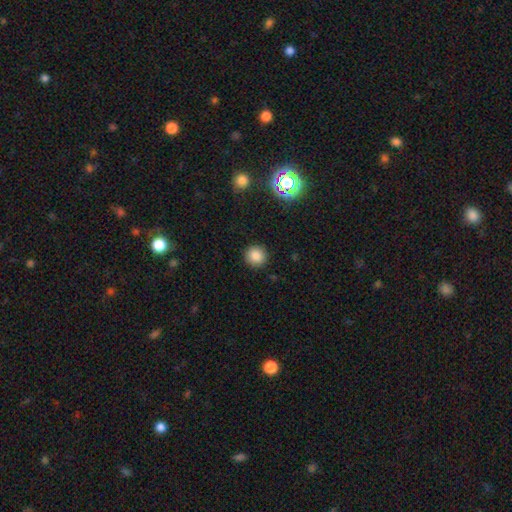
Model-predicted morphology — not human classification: Q: Smooth or featured?
A: smooth (82%); runner-up: star or artifact (13%)
Q: How rounded?
A: round (93%); runner-up: in between (6%)
Q: Merging?
A: none (91%); runner-up: minor disturbance (6%)